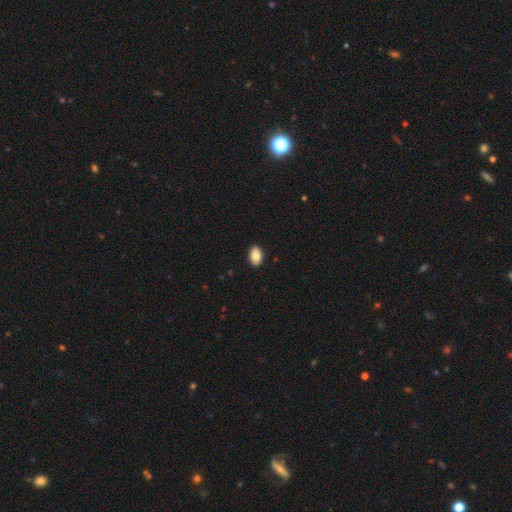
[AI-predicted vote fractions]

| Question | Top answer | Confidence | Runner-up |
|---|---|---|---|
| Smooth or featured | smooth | 88% | star or artifact (7%) |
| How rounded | in between | 90% | round (9%) |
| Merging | none | 91% | minor disturbance (7%) |